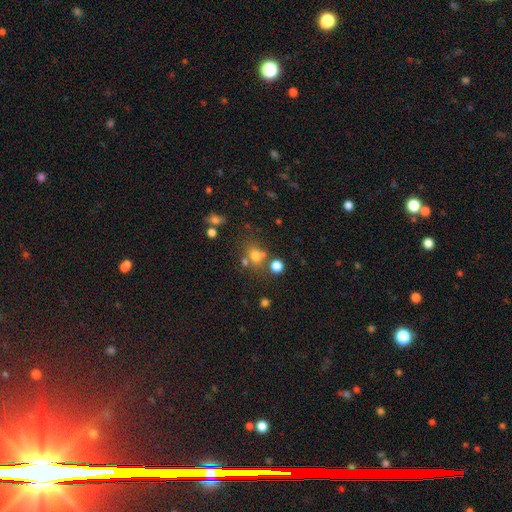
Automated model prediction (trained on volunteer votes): smooth 67%, star or artifact 22%, featured or disk 11%. Down the decision tree: how rounded — round (68%); merging — none (58%).